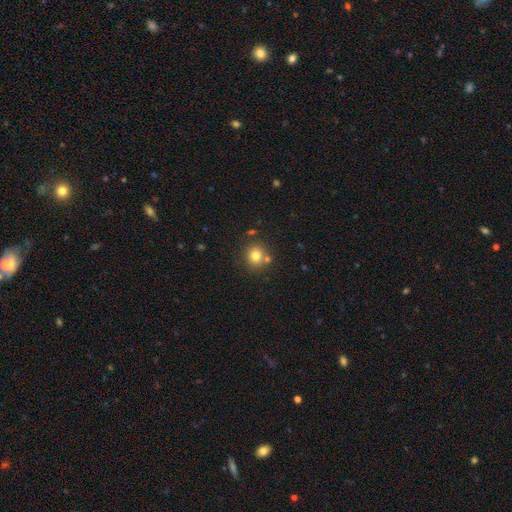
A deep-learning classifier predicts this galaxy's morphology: type=smooth (78%); roundness=round (87%); merging=none (73%).